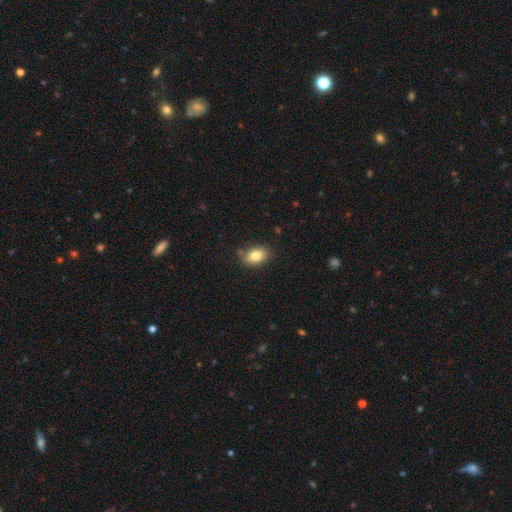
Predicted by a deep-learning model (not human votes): A smooth galaxy with no disk features (82%) that is in between round and cigar-shaped (85%). Merging: none (81%).